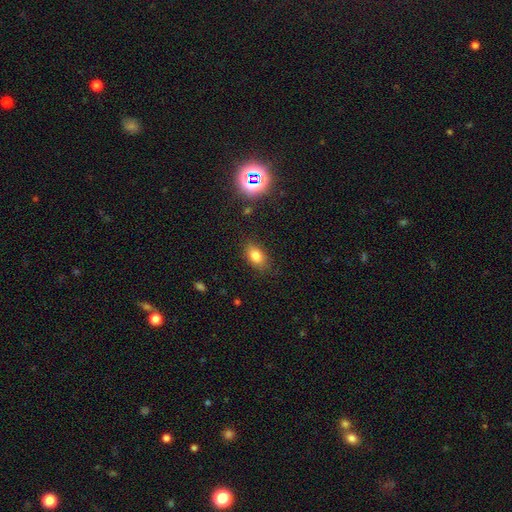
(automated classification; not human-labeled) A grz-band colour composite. It shows a smooth galaxy with no disk features (78%) that is in between round and cigar-shaped (84%). Merging: none (82%).